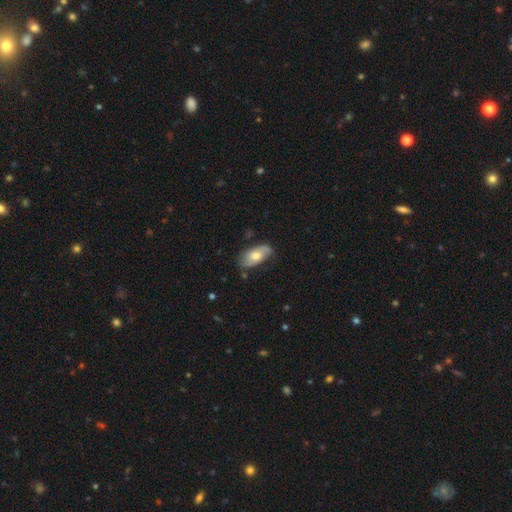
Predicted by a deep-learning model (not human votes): Q: Smooth or featured?
A: smooth (56%); runner-up: featured or disk (38%)
Q: How rounded?
A: in between (91%); runner-up: cigar-shaped (5%)
Q: Merging?
A: none (70%); runner-up: minor disturbance (23%)